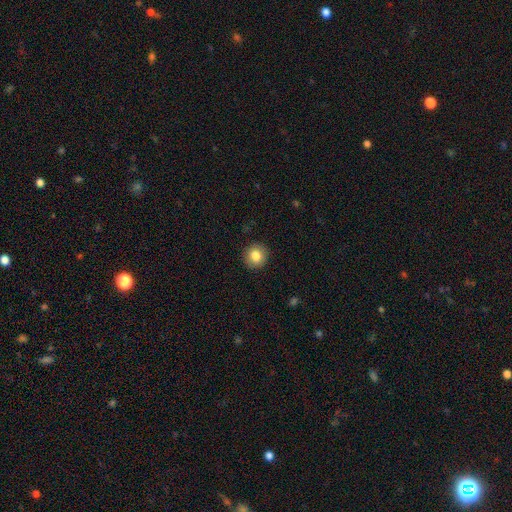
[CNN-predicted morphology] The model was most divided on "smooth or featured": smooth: 84%, star or artifact: 9%, featured or disk: 8%. More confident: merging — none (91%); how rounded — round (88%).